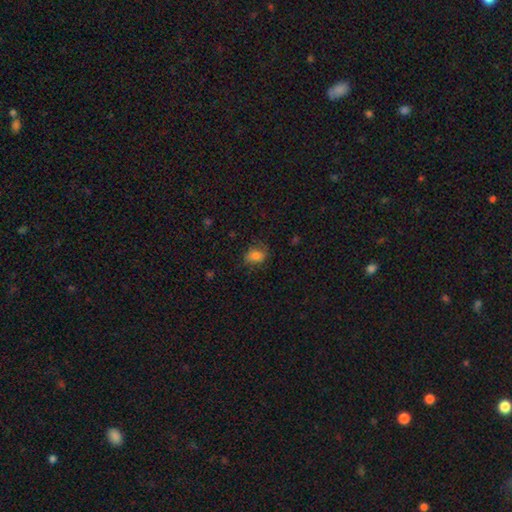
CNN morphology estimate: smooth_or_featured: smooth (p=0.79) [alt: featured or disk p=0.11]
how_rounded: in between (p=0.65) [alt: round p=0.33]
merging: none (p=0.69) [alt: minor disturbance p=0.22]